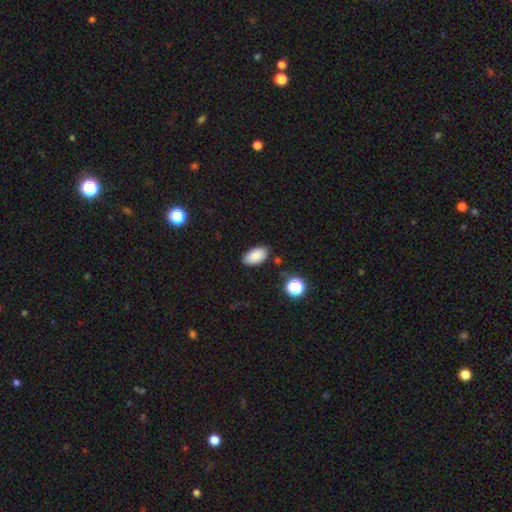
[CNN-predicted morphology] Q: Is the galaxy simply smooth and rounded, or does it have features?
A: smooth — 86%.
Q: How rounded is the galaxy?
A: in between — 94%.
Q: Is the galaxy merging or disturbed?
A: none — 84%.